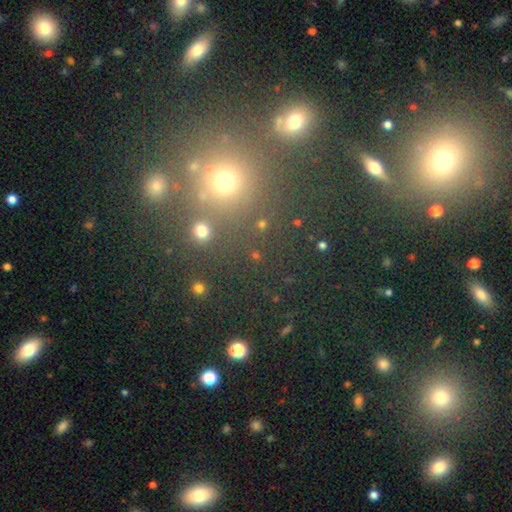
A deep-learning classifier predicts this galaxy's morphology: This is possibly a smooth galaxy (48%). Merging: likely none (77%).